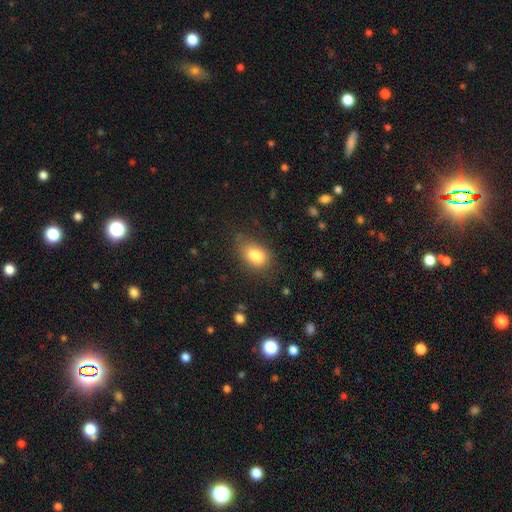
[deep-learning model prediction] Smooth or featured: smooth — 82% (featured or disk — 9%)
How rounded: in between — 83% (round — 16%)
Merging: none — 61% (minor disturbance — 25%)